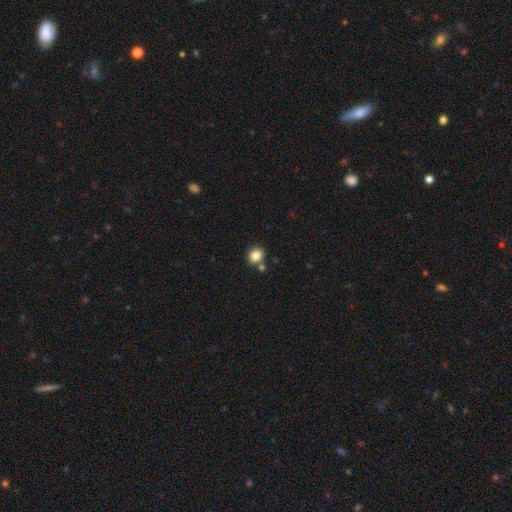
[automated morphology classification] Smooth or featured?
  - smooth: 84% *
  - star or artifact: 11%
  - featured or disk: 5%
How rounded?
  - round: 75% *
  - in between: 24%
  - cigar-shaped: 1%
Merging?
  - none: 74% *
  - merger: 14%
  - minor disturbance: 9%
  - major disturbance: 3%